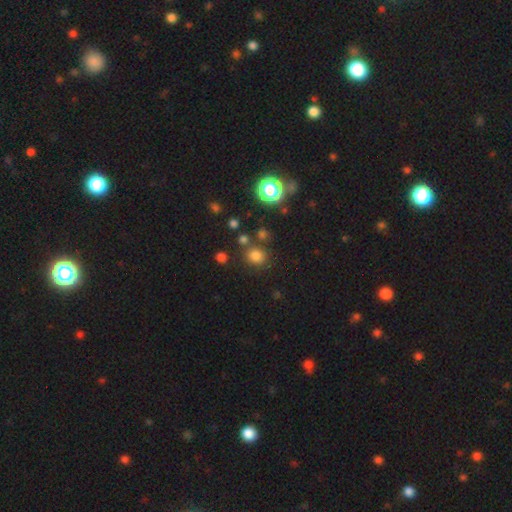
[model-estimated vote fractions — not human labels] This appears to be a smooth galaxy with no disk features (75%) that is round (79%). Merging: none (77%).